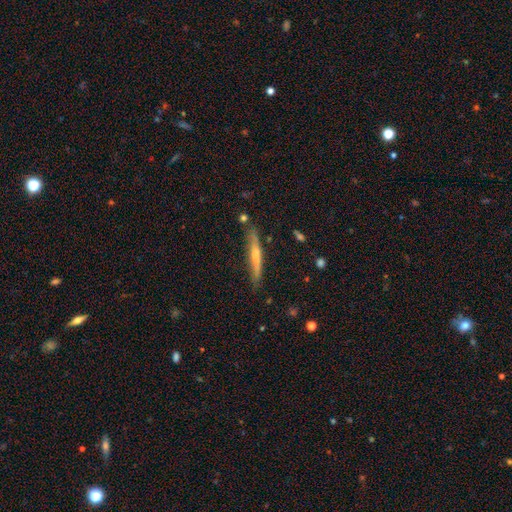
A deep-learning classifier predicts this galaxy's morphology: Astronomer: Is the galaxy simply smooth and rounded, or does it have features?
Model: smooth — 51% (runner-up: featured or disk, 43%).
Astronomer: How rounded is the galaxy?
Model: cigar-shaped — 95%.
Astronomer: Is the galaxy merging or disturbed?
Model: none — 79%.